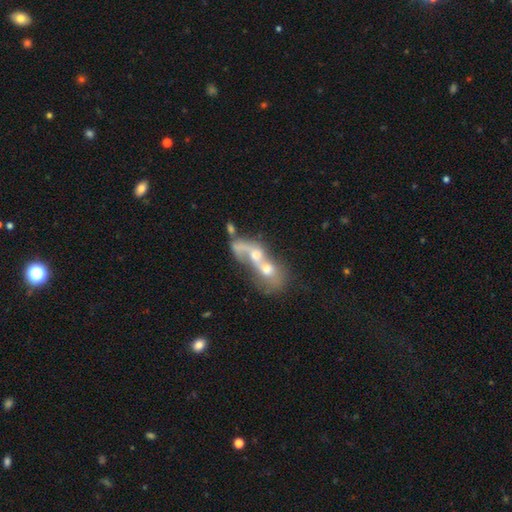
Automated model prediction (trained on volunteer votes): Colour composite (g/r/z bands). It shows a featured or disk galaxy (50%). Merging: merger (80%).